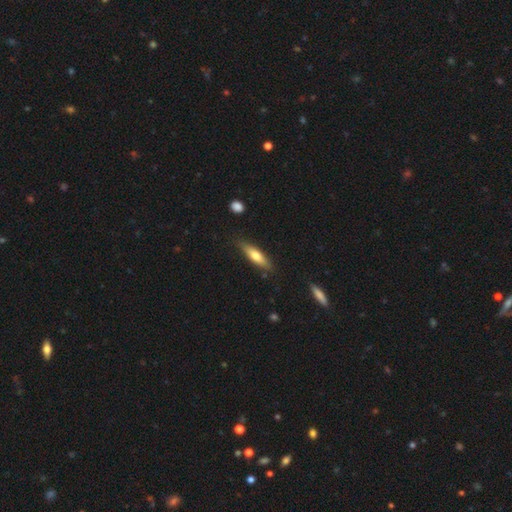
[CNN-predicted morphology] A smooth galaxy with no disk features (64%) that is cigar-shaped (67%). Merging: none (81%).